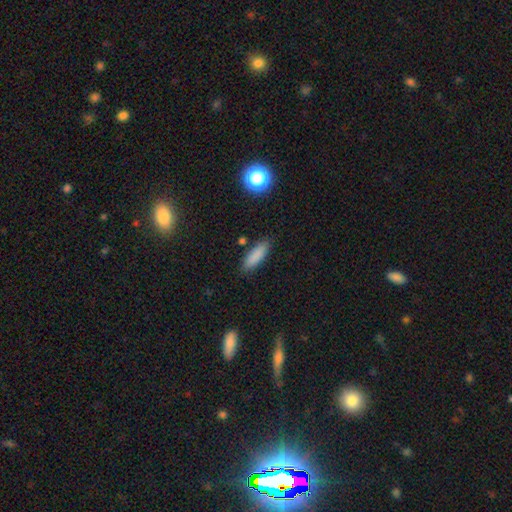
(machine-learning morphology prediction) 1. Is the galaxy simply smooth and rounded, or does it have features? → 86% smooth, 8% star or artifact, 6% featured or disk.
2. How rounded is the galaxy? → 51% in between, 47% cigar-shaped, 2% round.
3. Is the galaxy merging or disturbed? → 84% none, 11% minor disturbance, 2% major disturbance, 2% merger.